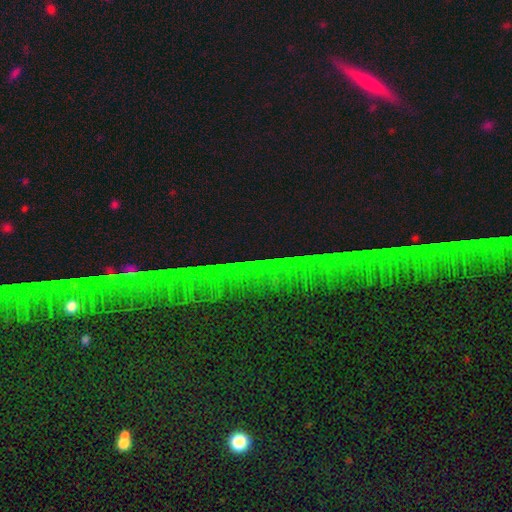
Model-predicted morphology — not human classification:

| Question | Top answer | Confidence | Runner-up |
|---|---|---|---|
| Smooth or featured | star or artifact | 81% | featured or disk (10%) |